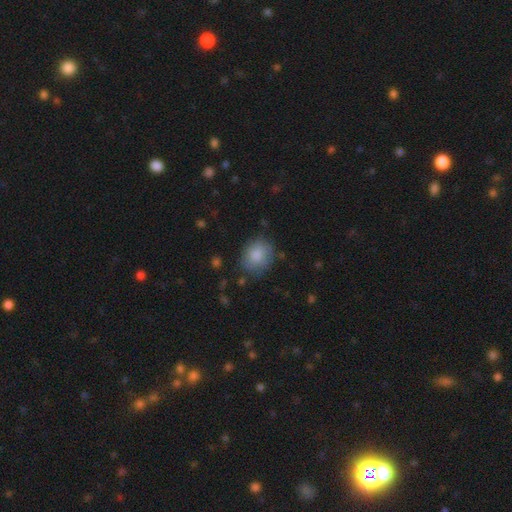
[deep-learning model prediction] This is clearly a smooth galaxy (84%). How rounded: possibly round (55%). Merging: likely none (78%).